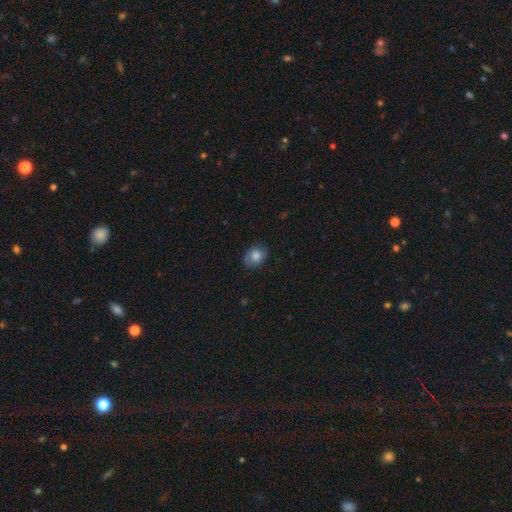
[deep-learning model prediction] smooth 76%, featured or disk 15%, star or artifact 8%. Down the decision tree: how rounded — in between (54%); merging — none (79%).